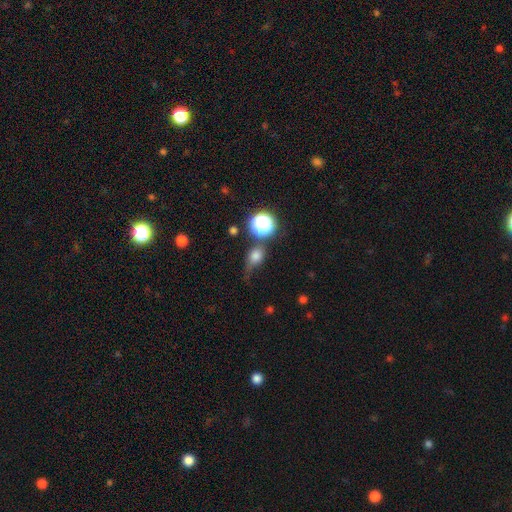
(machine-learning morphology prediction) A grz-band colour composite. It shows a smooth galaxy with no disk features (72%) that is round (60%). Merging: none (44%).